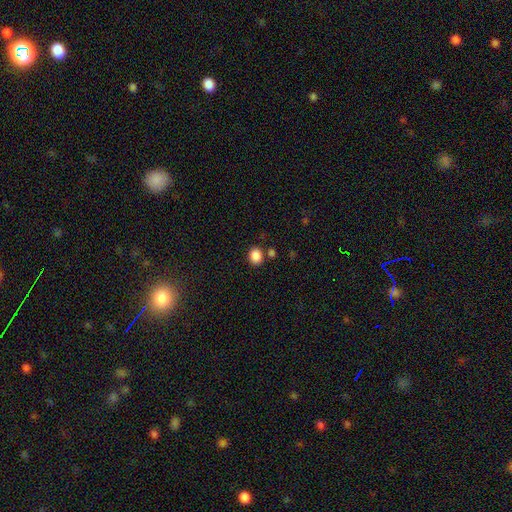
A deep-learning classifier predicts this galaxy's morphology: This appears to be a smooth galaxy with no disk features (87%) that is round (55%). Merging: none (79%).